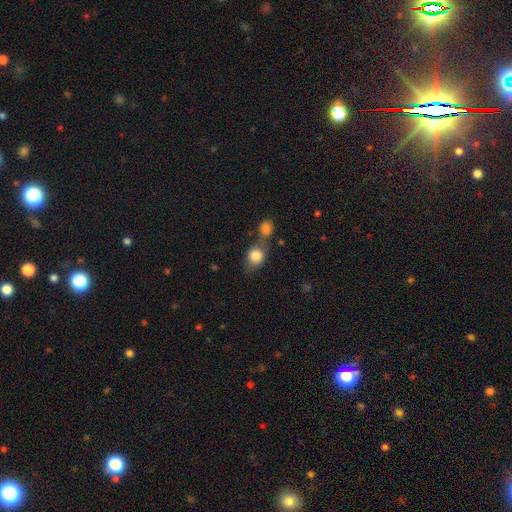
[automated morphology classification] A smooth galaxy with no disk features (81%) that is round (62%).

Vote fractions:
- Smooth or featured? smooth: 81% / featured or disk: 10% / star or artifact: 8%
- How rounded? round: 62% / in between: 36% / cigar-shaped: 2%
- Merging? none: 42% / merger: 39% / minor disturbance: 12% / major disturbance: 6%